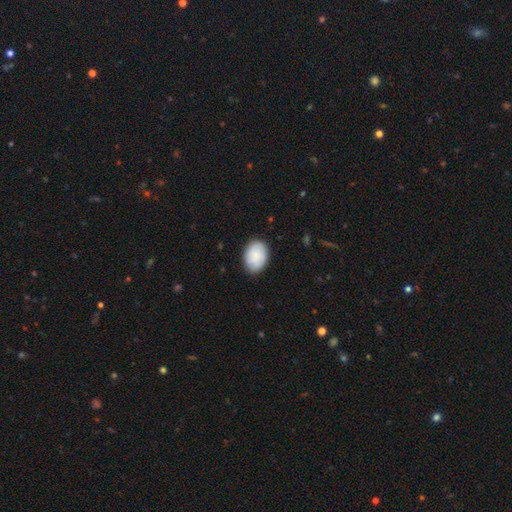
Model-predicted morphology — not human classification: This appears to be a smooth galaxy with no disk features (84%) that is in between round and cigar-shaped (77%). Merging: none (82%).